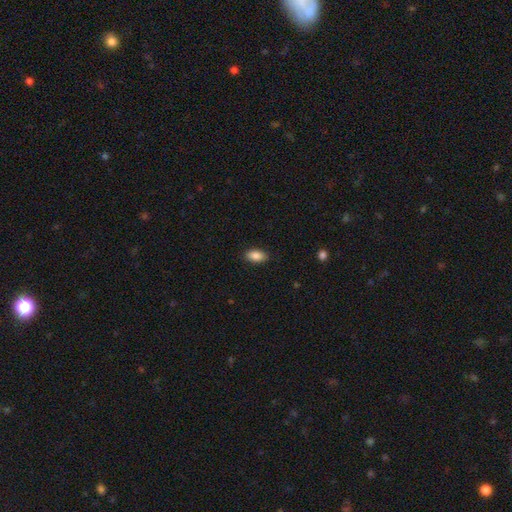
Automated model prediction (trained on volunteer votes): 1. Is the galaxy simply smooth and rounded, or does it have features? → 88% smooth, 7% star or artifact, 5% featured or disk.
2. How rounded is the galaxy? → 92% in between, 4% cigar-shaped, 4% round.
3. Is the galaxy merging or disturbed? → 88% none, 9% minor disturbance, 2% major disturbance, 1% merger.